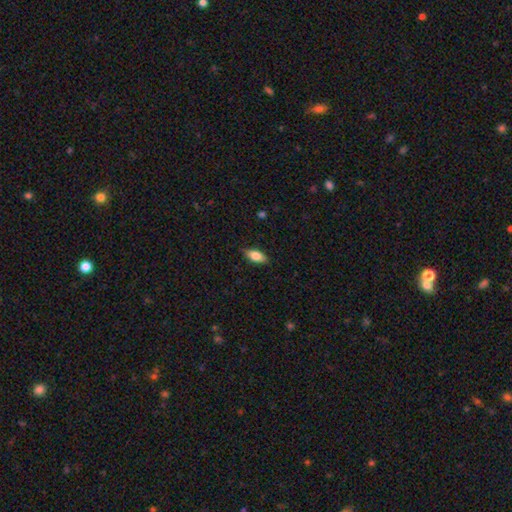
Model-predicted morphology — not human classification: Q: Smooth or featured?
A: smooth (77%); runner-up: featured or disk (16%)
Q: How rounded?
A: in between (84%); runner-up: cigar-shaped (13%)
Q: Merging?
A: none (86%); runner-up: minor disturbance (11%)